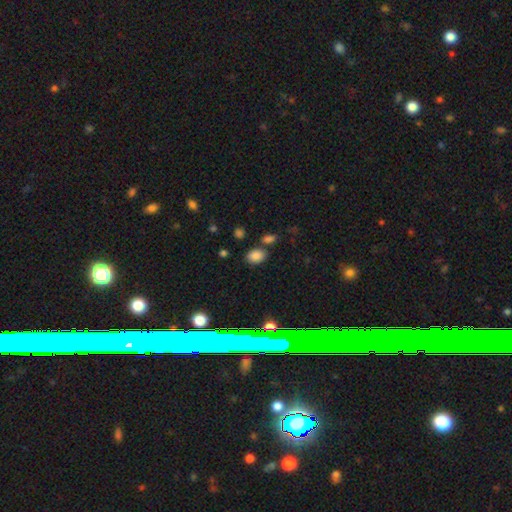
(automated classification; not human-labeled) The model was most divided on "how rounded": in between: 69%, round: 29%, cigar-shaped: 1%. More confident: smooth or featured — smooth (80%); merging — none (74%).